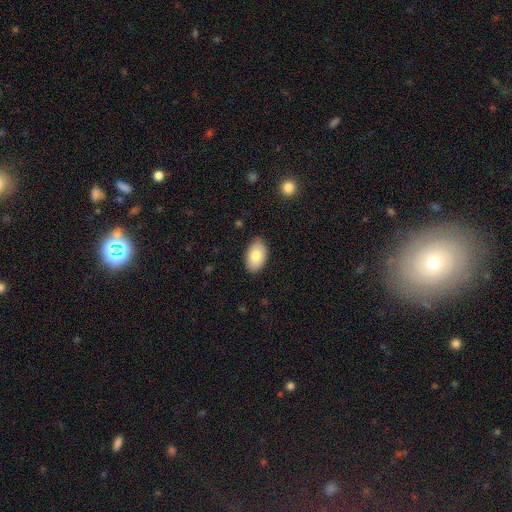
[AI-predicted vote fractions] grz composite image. It shows a smooth galaxy with no disk features (79%) that is in between round and cigar-shaped (93%). Merging: none (84%).